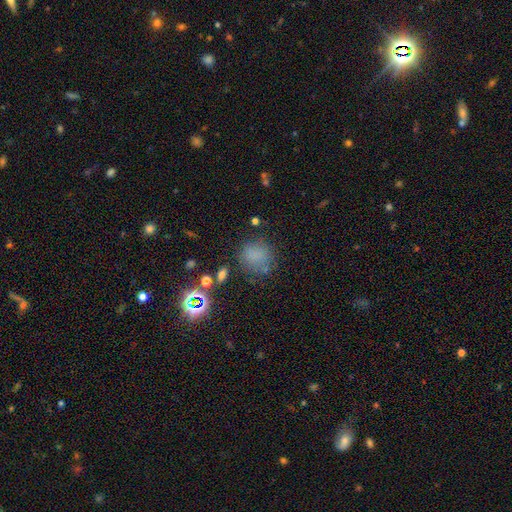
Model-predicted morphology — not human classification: A smooth galaxy with no disk features (67%) that is round (77%).

Vote fractions:
- Smooth or featured? smooth: 67% / star or artifact: 22% / featured or disk: 10%
- How rounded? round: 77% / in between: 22% / cigar-shaped: 1%
- Merging? none: 68% / minor disturbance: 18% / major disturbance: 9% / merger: 5%